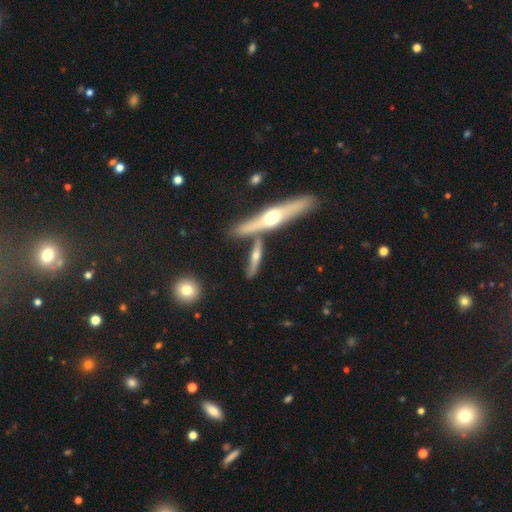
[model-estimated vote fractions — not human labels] Smooth or featured? featured or disk (58%)
Edge-on disk? yes (90%)
Edge-on bulge? rounded (92%)
Merging? none (66%)